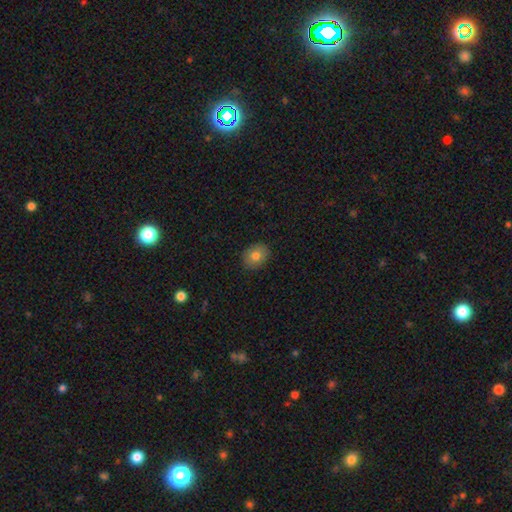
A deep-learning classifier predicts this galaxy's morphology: type=smooth (80%); roundness=in between (56%); merging=none (88%).